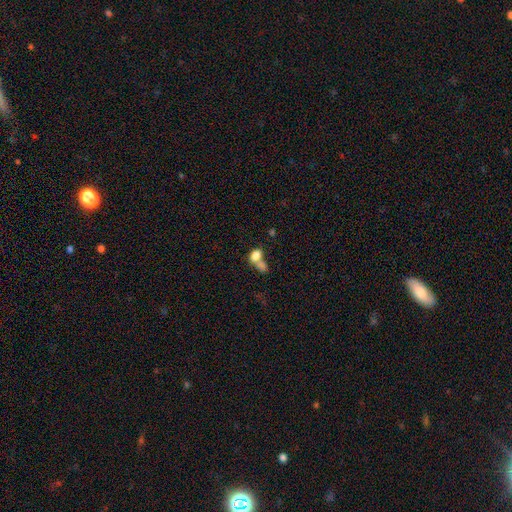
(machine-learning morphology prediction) Smooth or featured? smooth (77%)
How rounded? in between (75%)
Merging? merger (63%)